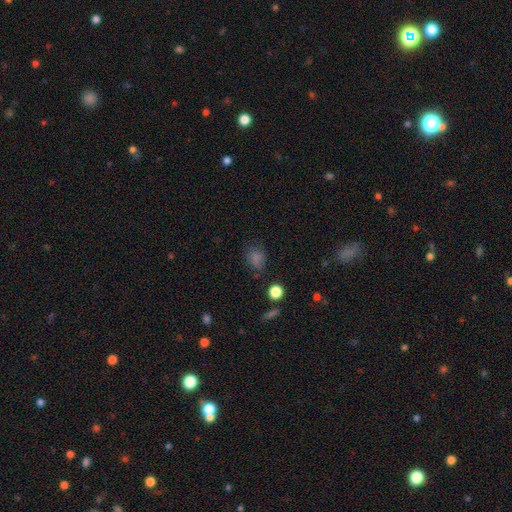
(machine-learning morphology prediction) A smooth galaxy with no disk features (67%) that is round (50%).

Vote fractions:
- Smooth or featured? smooth: 67% / star or artifact: 25% / featured or disk: 8%
- How rounded? round: 50% / in between: 48% / cigar-shaped: 2%
- Merging? none: 70% / minor disturbance: 19% / major disturbance: 7% / merger: 4%